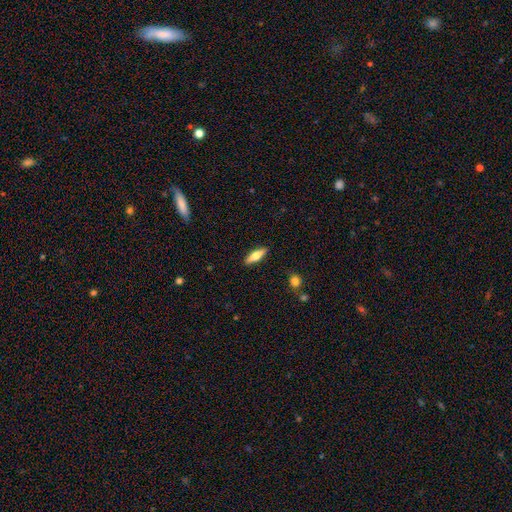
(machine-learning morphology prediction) This appears to be a smooth galaxy with no disk features (62%) that is cigar-shaped (58%). Merging: none (89%).